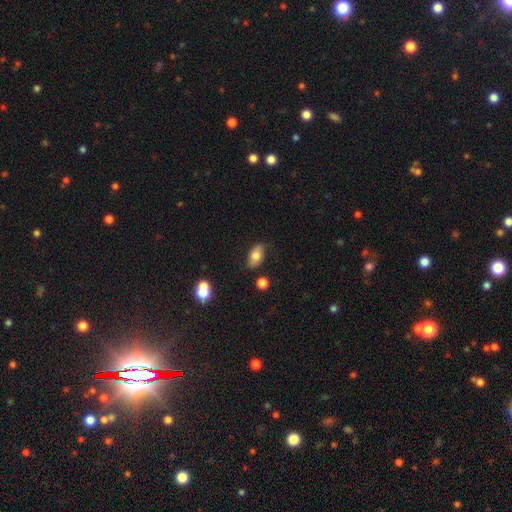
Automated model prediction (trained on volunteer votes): Smooth or featured? smooth (70%)
How rounded? in between (90%)
Merging? none (77%)